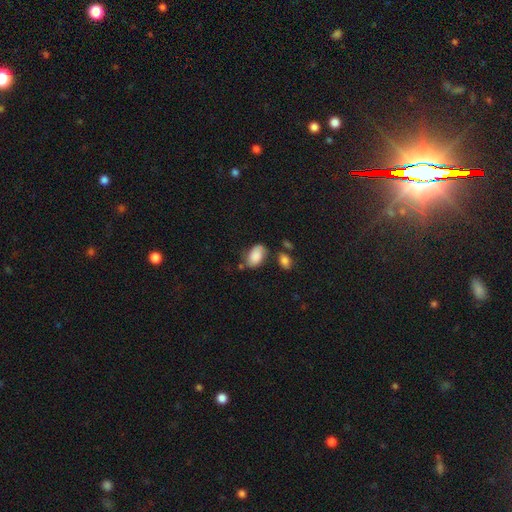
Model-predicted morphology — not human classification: type=smooth (82%); roundness=in between (93%); merging=none (57%).